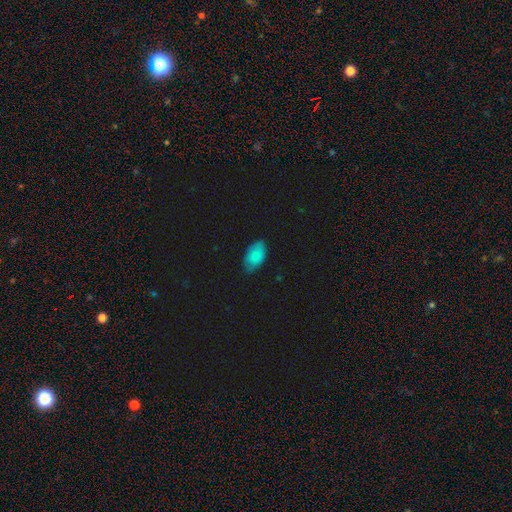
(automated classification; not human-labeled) Smooth or featured?
  - smooth: 84% *
  - featured or disk: 9%
  - star or artifact: 7%
How rounded?
  - in between: 94% *
  - round: 4%
  - cigar-shaped: 2%
Merging?
  - none: 73% *
  - minor disturbance: 22%
  - major disturbance: 3%
  - merger: 1%